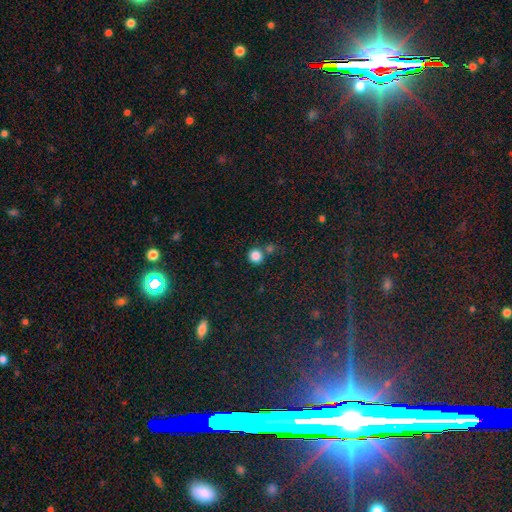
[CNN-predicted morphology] smooth 84%, star or artifact 12%, featured or disk 4%. Down the decision tree: how rounded — round (92%); merging — none (71%).